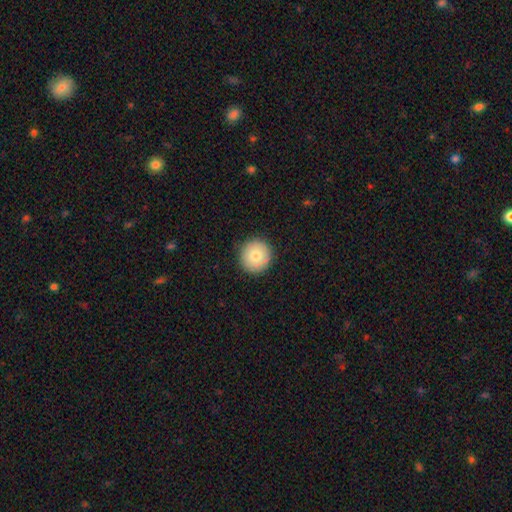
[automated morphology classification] Overall: smooth (79%). How rounded: round (95%). Merging: none (90%).